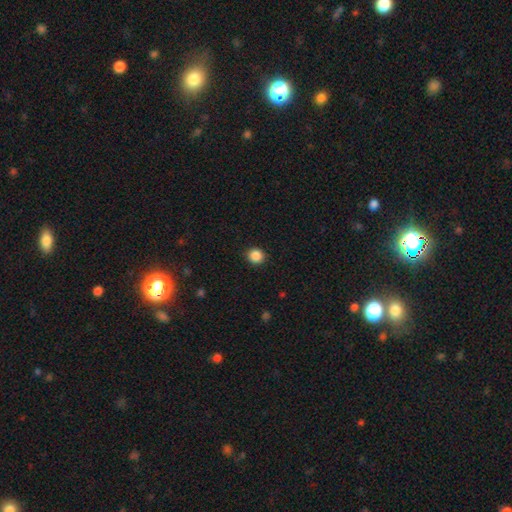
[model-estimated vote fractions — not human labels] This is clearly a smooth galaxy (87%). How rounded: clearly round (90%). Merging: clearly none (91%).